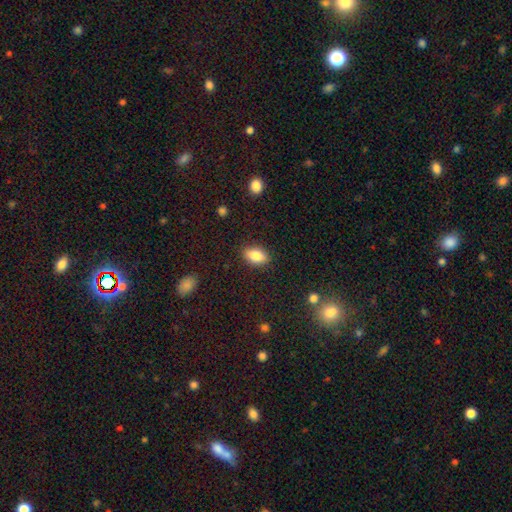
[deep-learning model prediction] A smooth galaxy with no disk features (85%) that is in between round and cigar-shaped (88%).

Vote fractions:
- Smooth or featured? smooth: 85% / star or artifact: 8% / featured or disk: 8%
- How rounded? in between: 88% / round: 9% / cigar-shaped: 3%
- Merging? none: 87% / minor disturbance: 9% / major disturbance: 2% / merger: 1%